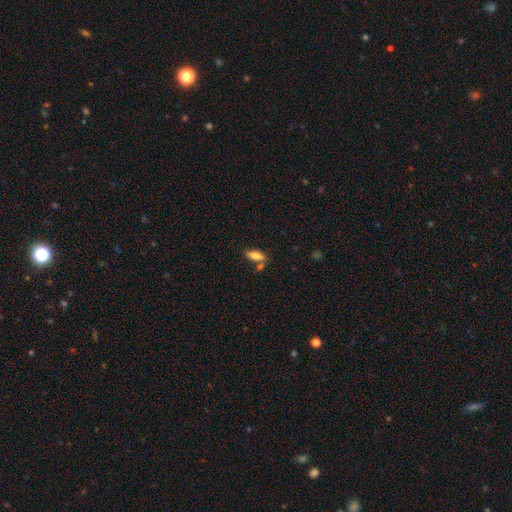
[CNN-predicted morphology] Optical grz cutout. It shows a smooth galaxy with no disk features (70%) that is in between round and cigar-shaped (62%). Merging: none (67%).